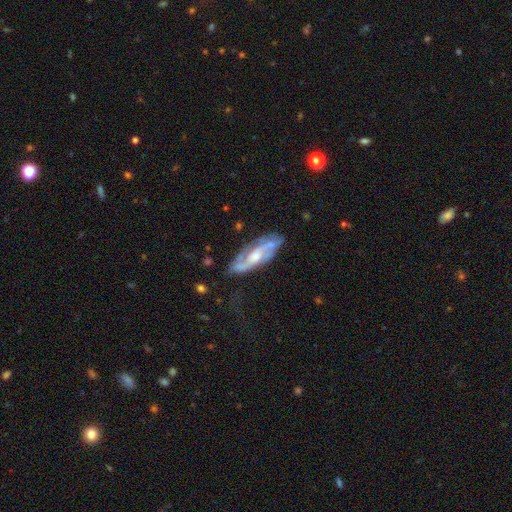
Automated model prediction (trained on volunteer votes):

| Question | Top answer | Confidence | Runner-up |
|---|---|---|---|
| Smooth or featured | featured or disk | 79% | smooth (15%) |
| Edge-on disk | no | 85% | yes (15%) |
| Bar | no | 47% | weak (40%) |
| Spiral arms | yes | 91% | no (9%) |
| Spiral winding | medium | 48% | tight (29%) |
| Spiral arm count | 2 | 67% | can't tell (18%) |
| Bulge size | moderate | 52% | small (27%) |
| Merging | none | 66% | minor disturbance (21%) |